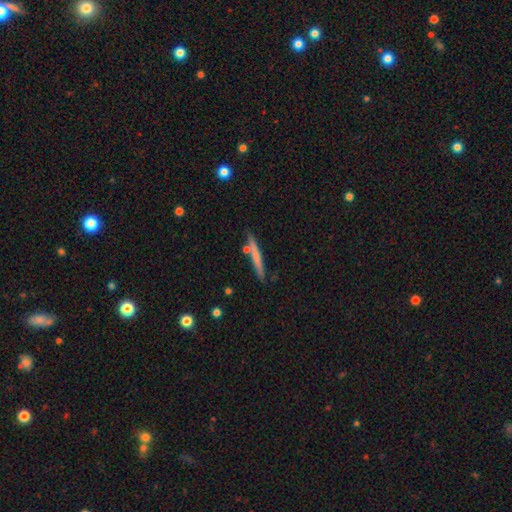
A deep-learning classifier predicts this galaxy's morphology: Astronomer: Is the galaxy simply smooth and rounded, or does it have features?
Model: smooth — 58% (runner-up: featured or disk, 36%).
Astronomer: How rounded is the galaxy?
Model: cigar-shaped — 95%.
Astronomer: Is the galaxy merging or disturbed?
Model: none — 81%.